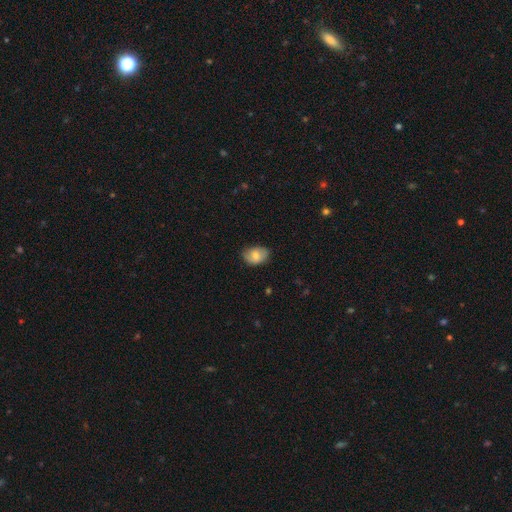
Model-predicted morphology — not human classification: Smooth or featured: smooth — 72% (featured or disk — 21%)
How rounded: in between — 77% (round — 22%)
Merging: none — 69% (minor disturbance — 25%)